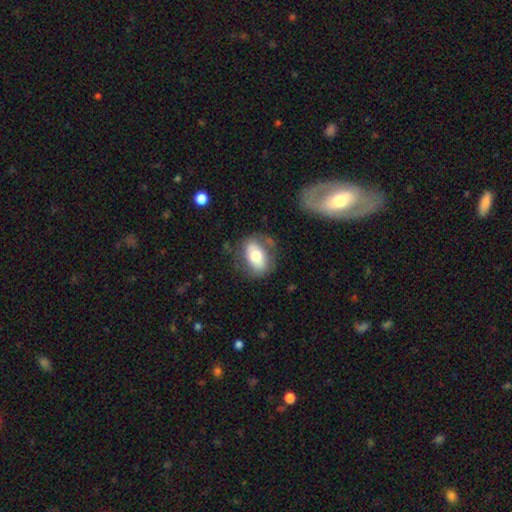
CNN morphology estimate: Smooth or featured? Predicted: smooth (p=0.64). How rounded? Predicted: in between (p=0.80). Merging? Predicted: none (p=0.69).